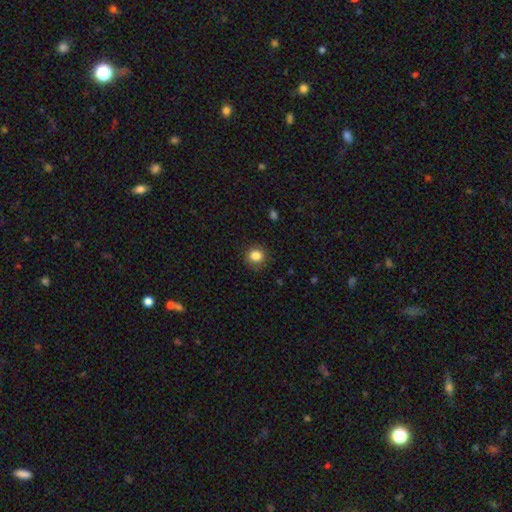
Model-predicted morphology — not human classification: Smooth or featured? Predicted: smooth (p=0.85). How rounded? Predicted: round (p=0.88). Merging? Predicted: none (p=0.86).